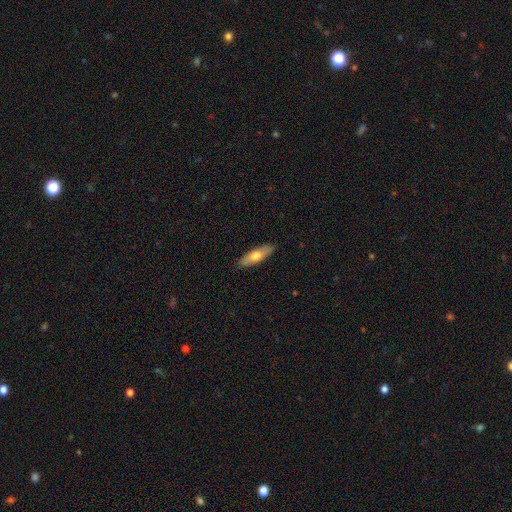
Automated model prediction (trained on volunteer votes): smooth 64%, featured or disk 30%, star or artifact 6%. Down the decision tree: how rounded — in between (54%); merging — none (88%).